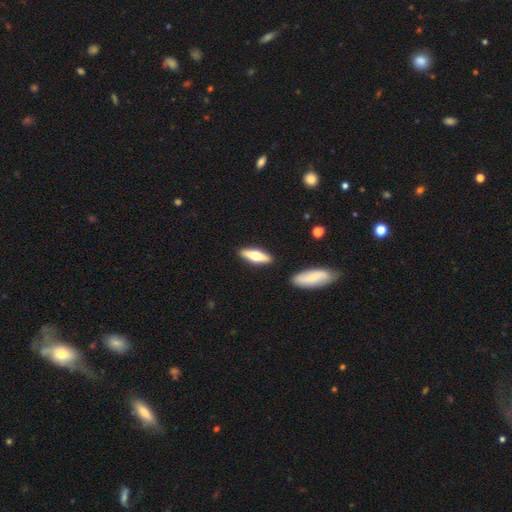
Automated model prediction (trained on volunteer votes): A smooth galaxy with no disk features (49%). Merging: none (87%).